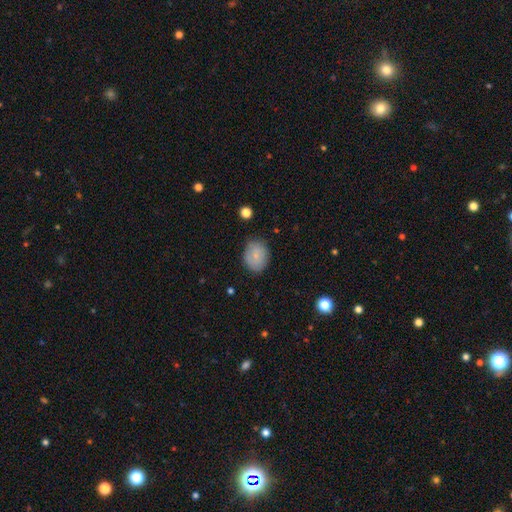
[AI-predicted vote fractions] Q: Smooth or featured?
A: smooth (76%); runner-up: featured or disk (16%)
Q: How rounded?
A: in between (65%); runner-up: round (34%)
Q: Merging?
A: none (80%); runner-up: minor disturbance (15%)